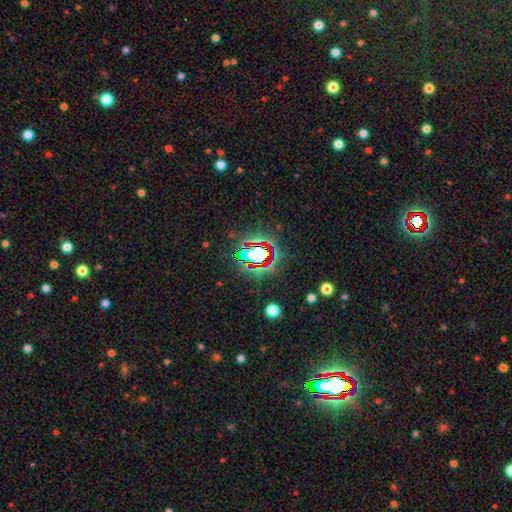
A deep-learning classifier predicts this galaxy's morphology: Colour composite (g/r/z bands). It shows a star or artifact, not a galaxy (65%).